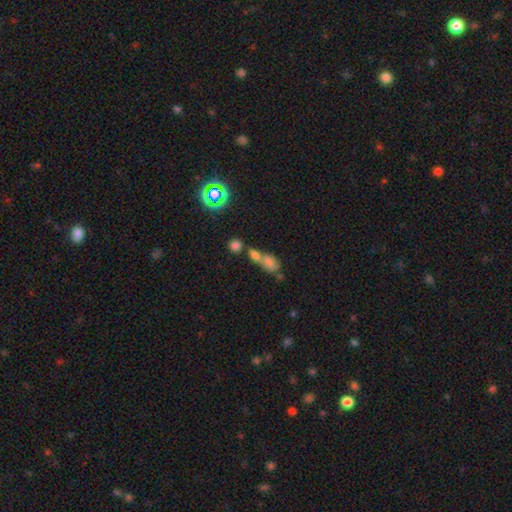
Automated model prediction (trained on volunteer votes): smooth-or-featured: smooth: 66% | star or artifact: 18% | featured or disk: 16%
  how-rounded: in between: 71% | round: 21% | cigar-shaped: 8%
  merging: merger: 65% | none: 22% | minor disturbance: 8% | major disturbance: 5%